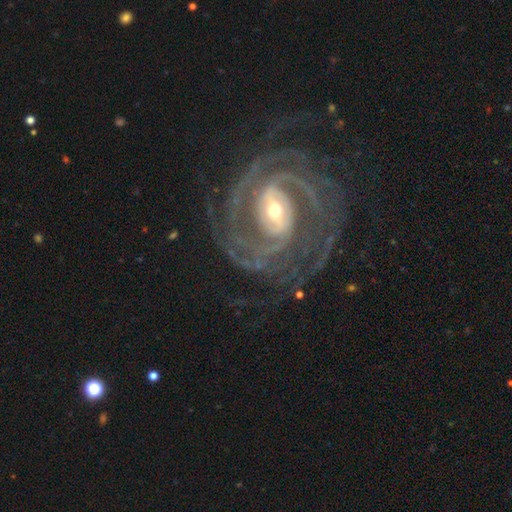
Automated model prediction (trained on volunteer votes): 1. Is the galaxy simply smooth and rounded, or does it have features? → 92% featured or disk, 5% star or artifact, 3% smooth.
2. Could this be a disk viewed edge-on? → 97% no, 3% yes.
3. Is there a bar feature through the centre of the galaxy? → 43% strong, 36% weak, 22% no.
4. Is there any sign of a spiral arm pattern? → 98% yes, 2% no.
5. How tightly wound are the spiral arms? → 70% tight, 26% medium, 4% loose.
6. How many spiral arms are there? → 43% 2, 22% 3, 12% can't tell, 10% 4, 6% more than 4, 6% 1.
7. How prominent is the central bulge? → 51% small, 43% moderate, 4% large, 1% none, 1% dominant.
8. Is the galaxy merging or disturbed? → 76% none, 14% minor disturbance, 9% major disturbance, 1% merger.